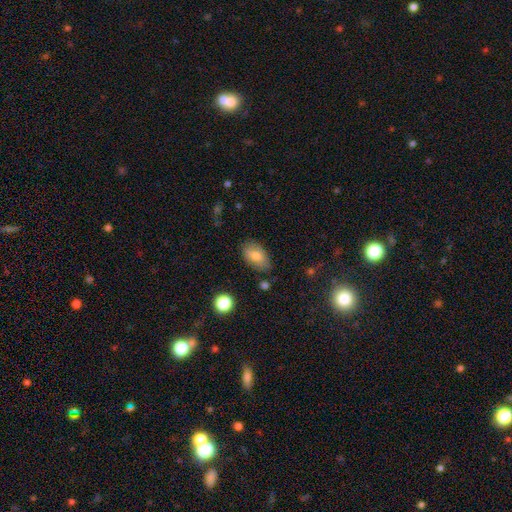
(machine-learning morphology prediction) Smooth or featured?
  - smooth: 75% *
  - featured or disk: 16%
  - star or artifact: 9%
How rounded?
  - in between: 91% *
  - round: 6%
  - cigar-shaped: 2%
Merging?
  - none: 77% *
  - minor disturbance: 17%
  - major disturbance: 3%
  - merger: 2%